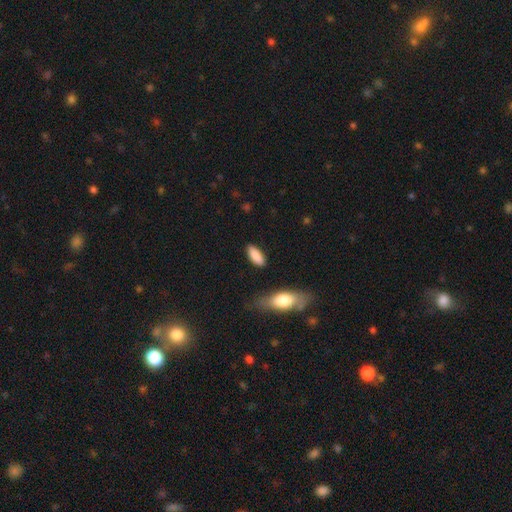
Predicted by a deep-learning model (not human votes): Smooth or featured? Predicted: smooth (p=0.88). How rounded? Predicted: in between (p=0.77). Merging? Predicted: none (p=0.84).